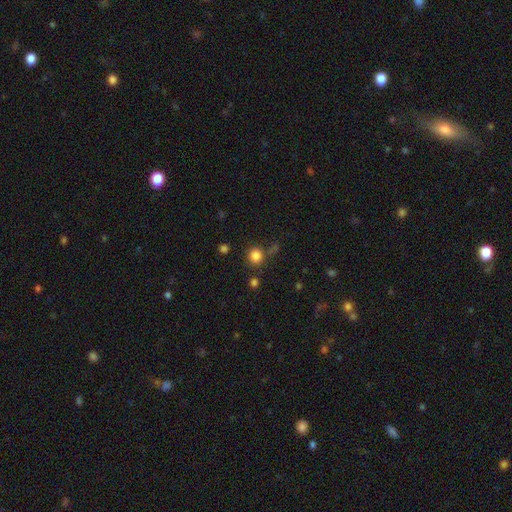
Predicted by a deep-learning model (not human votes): smooth_or_featured: smooth (p=0.83) [alt: star or artifact p=0.13]
how_rounded: round (p=0.90) [alt: in between p=0.09]
merging: none (p=0.77) [alt: minor disturbance p=0.10]